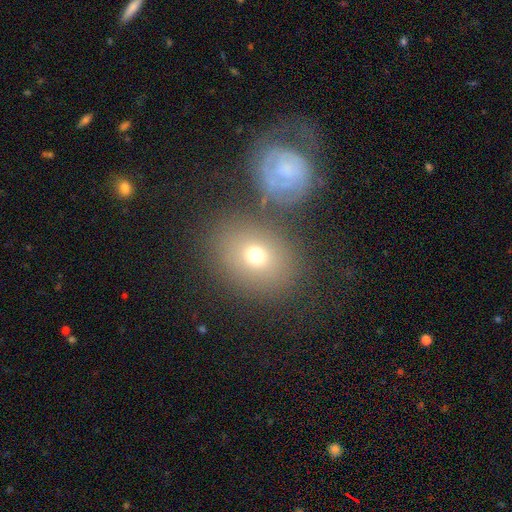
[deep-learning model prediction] Q: Smooth or featured?
A: smooth (70%); runner-up: featured or disk (17%)
Q: How rounded?
A: in between (52%); runner-up: round (47%)
Q: Merging?
A: none (70%); runner-up: merger (13%)